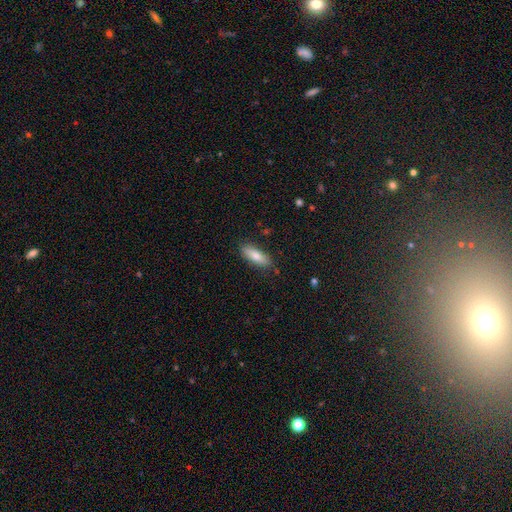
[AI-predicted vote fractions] This is likely a smooth galaxy (80%). How rounded: likely in between (62%). Merging: clearly none (84%).